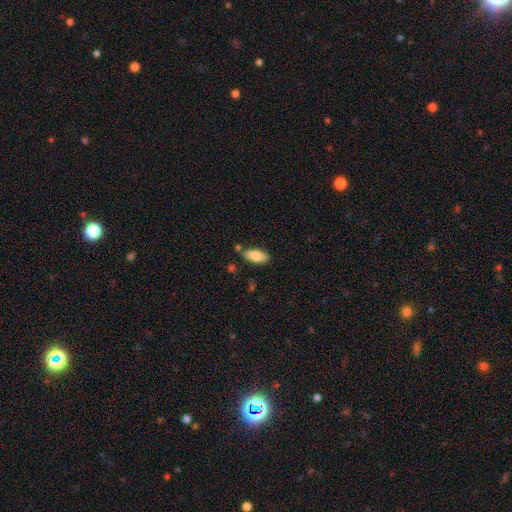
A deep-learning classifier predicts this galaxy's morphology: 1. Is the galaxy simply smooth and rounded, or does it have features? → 83% smooth, 10% featured or disk, 7% star or artifact.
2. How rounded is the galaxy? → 85% in between, 13% cigar-shaped, 2% round.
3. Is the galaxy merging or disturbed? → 79% none, 13% minor disturbance, 5% merger, 3% major disturbance.